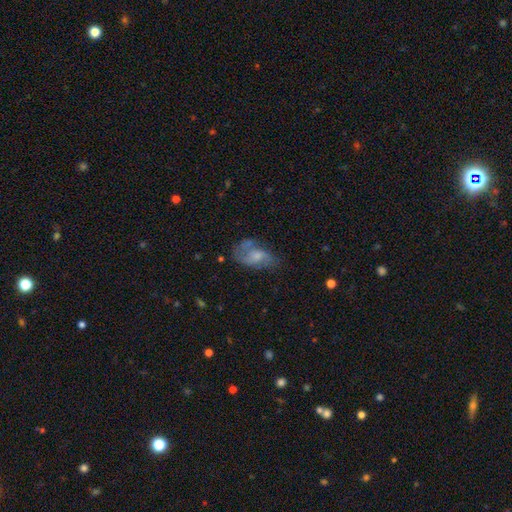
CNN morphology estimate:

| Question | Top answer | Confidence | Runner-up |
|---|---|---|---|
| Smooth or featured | featured or disk | 57% | smooth (35%) |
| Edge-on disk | no | 96% | yes (4%) |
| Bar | no | 59% | weak (35%) |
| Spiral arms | yes | 75% | no (25%) |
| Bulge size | moderate | 37% | small (32%) |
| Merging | none | 47% | minor disturbance (26%) |